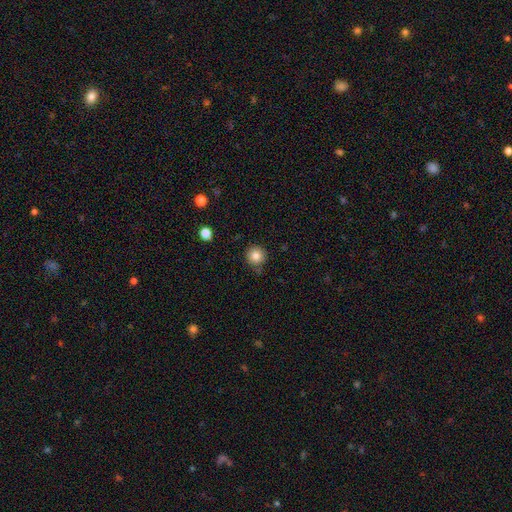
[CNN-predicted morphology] Smooth or featured?
  - smooth: 83% *
  - star or artifact: 10%
  - featured or disk: 6%
How rounded?
  - round: 94% *
  - in between: 5%
  - cigar-shaped: 1%
Merging?
  - none: 82% *
  - minor disturbance: 12%
  - merger: 3%
  - major disturbance: 3%